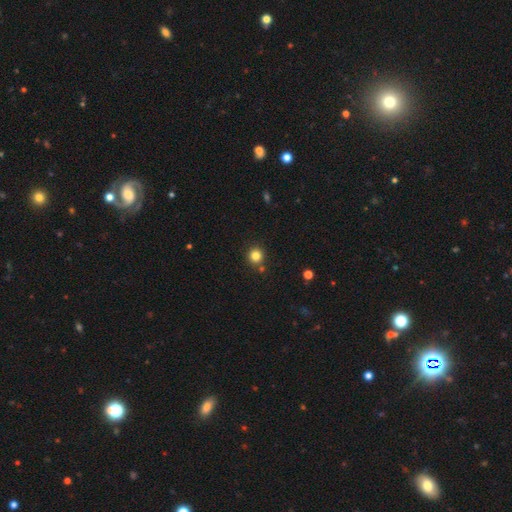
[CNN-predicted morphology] smooth-or-featured: smooth: 82% | star or artifact: 12% | featured or disk: 5%
  how-rounded: round: 93% | in between: 6% | cigar-shaped: 1%
  merging: none: 83% | minor disturbance: 7% | merger: 7% | major disturbance: 2%